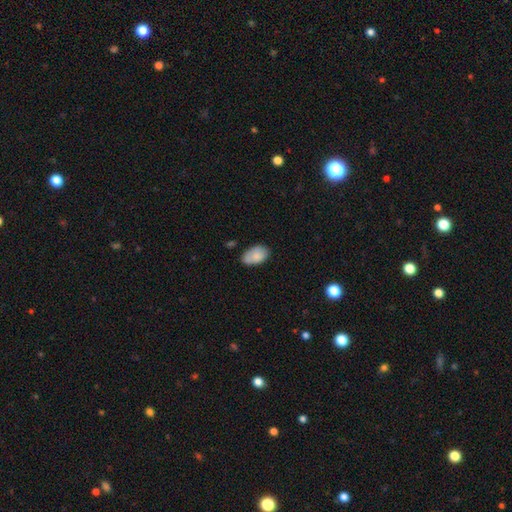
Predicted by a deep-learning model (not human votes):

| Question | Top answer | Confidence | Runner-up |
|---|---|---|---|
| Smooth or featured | smooth | 81% | featured or disk (12%) |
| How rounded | in between | 93% | round (6%) |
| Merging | none | 65% | minor disturbance (25%) |